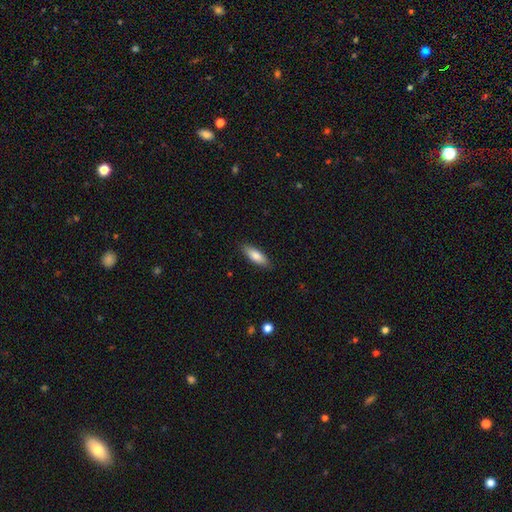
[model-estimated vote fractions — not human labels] smooth 83%, featured or disk 12%, star or artifact 6%. Down the decision tree: how rounded — in between (60%); merging — none (88%).